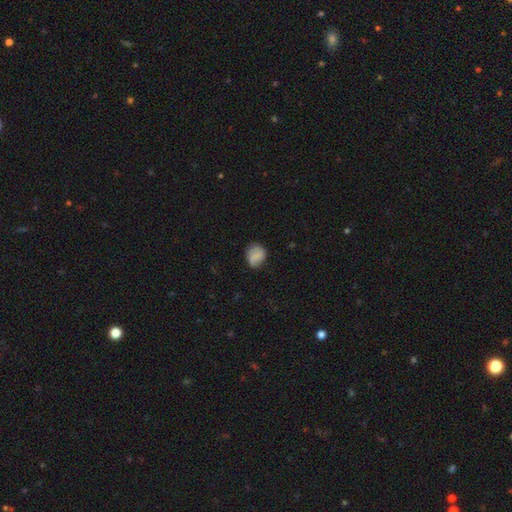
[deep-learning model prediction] The model was most divided on "how rounded": round: 66%, in between: 32%, cigar-shaped: 1%. More confident: smooth or featured — smooth (68%); merging — none (66%).